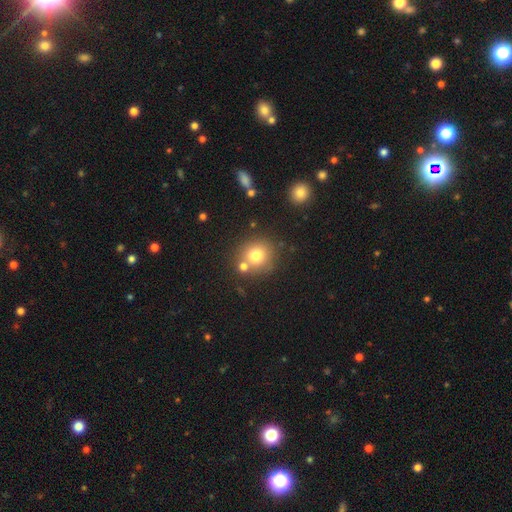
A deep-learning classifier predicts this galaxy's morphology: A smooth galaxy with no disk features (76%) that is round (89%). Merging: none (69%).